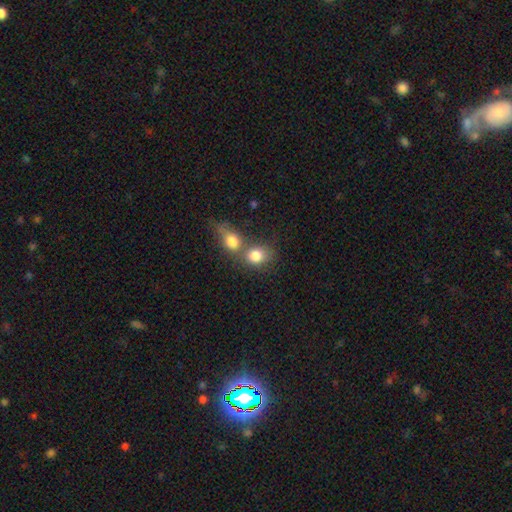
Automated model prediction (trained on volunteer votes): Overall: smooth (80%). How rounded: round (56%; in between 42%). Merging: merger (57%; none 31%).